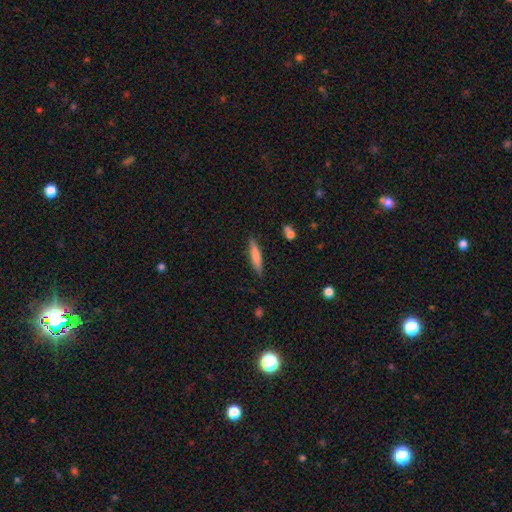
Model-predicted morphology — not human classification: This appears to be a smooth galaxy with no disk features (71%) that is cigar-shaped (88%). Merging: none (87%).